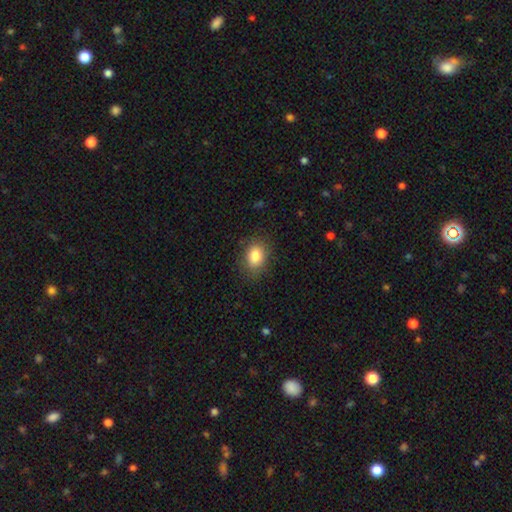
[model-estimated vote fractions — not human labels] smooth-or-featured: smooth: 83% | star or artifact: 9% | featured or disk: 8%
  how-rounded: in between: 69% | round: 30% | cigar-shaped: 1%
  merging: none: 83% | minor disturbance: 12% | major disturbance: 3% | merger: 1%